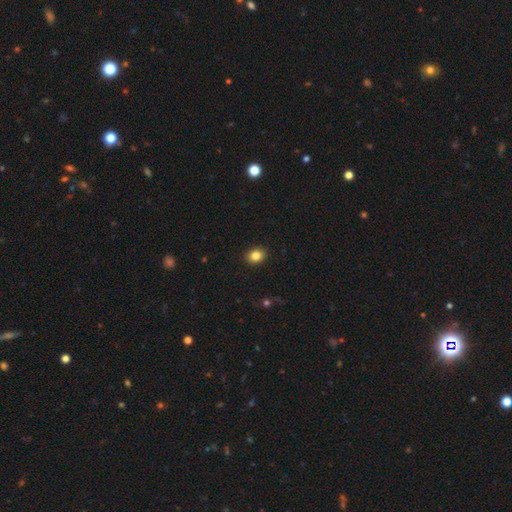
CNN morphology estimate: Q: Smooth or featured?
A: smooth (85%); runner-up: star or artifact (10%)
Q: How rounded?
A: in between (50%); runner-up: round (49%)
Q: Merging?
A: none (91%); runner-up: minor disturbance (6%)